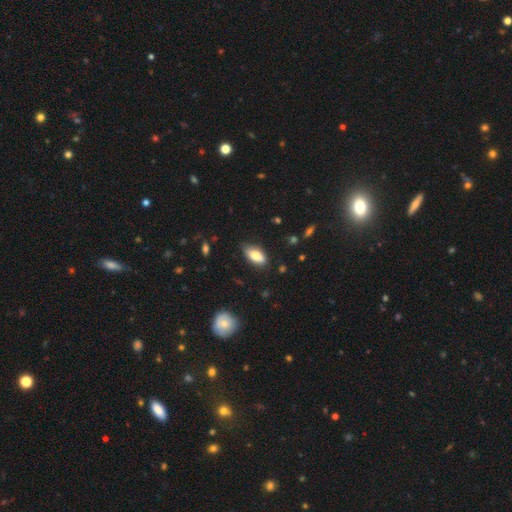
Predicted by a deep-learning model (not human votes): smooth 76%, featured or disk 17%, star or artifact 7%. Down the decision tree: how rounded — in between (87%); merging — none (74%).